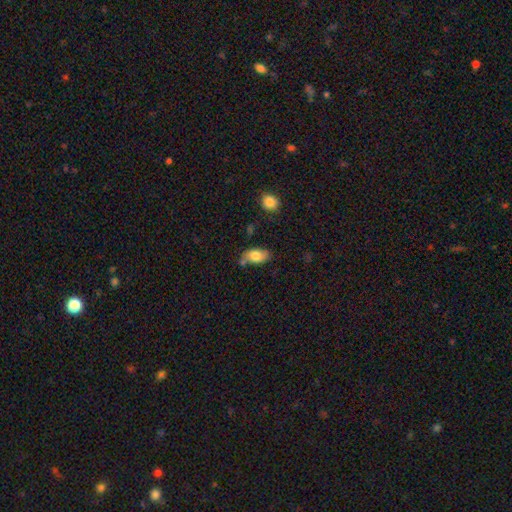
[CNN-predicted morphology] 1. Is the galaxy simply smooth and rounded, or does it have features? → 77% smooth, 16% featured or disk, 7% star or artifact.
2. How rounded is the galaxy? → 91% in between, 7% round, 3% cigar-shaped.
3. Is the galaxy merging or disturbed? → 64% none, 21% minor disturbance, 10% merger, 5% major disturbance.